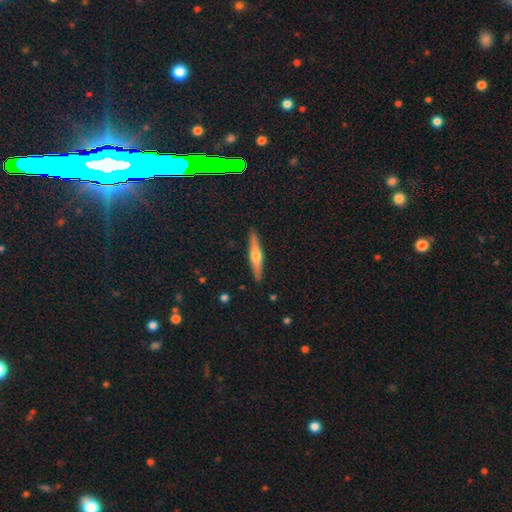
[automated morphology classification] This is possibly a featured or disk galaxy (57%). It is clearly viewed edge-on (95%). Edge-on bulge: clearly rounded (90%). Merging: clearly none (90%).